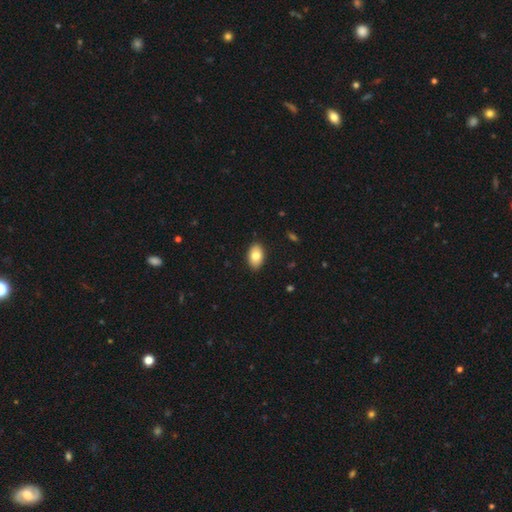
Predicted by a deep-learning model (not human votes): Overall: smooth (80%). How rounded: in between (92%). Merging: none (89%).